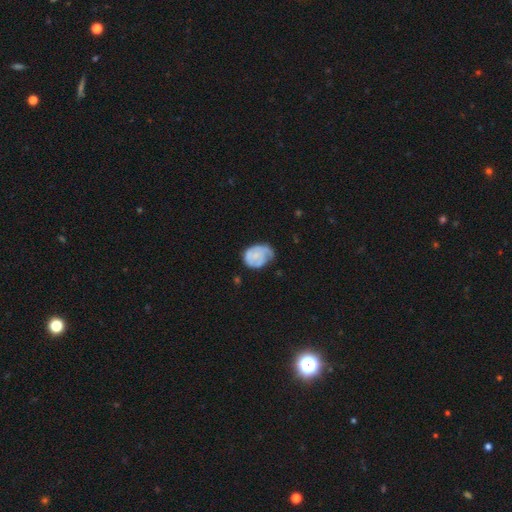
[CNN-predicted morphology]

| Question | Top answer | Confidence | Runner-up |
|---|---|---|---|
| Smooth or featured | featured or disk | 47% | smooth (45%) |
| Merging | none | 41% | minor disturbance (38%) |